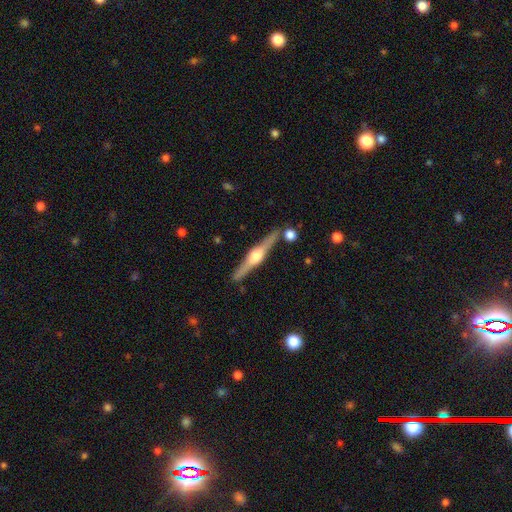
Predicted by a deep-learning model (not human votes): Morphology: type=featured or disk (81%); edge-on=yes (98%); edge-on bulge=rounded (93%); merging=none (85%).